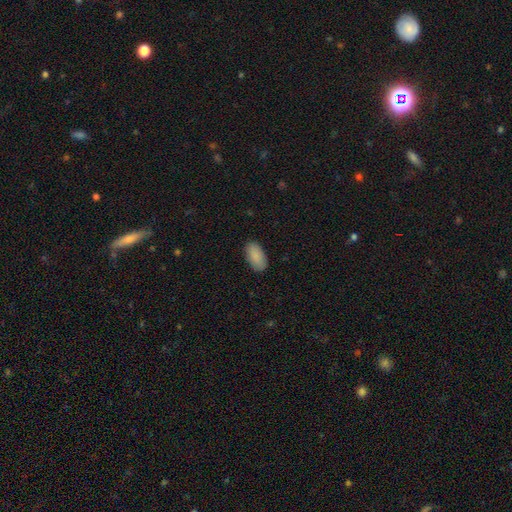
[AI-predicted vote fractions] A smooth galaxy with no disk features (89%) that is in between round and cigar-shaped (94%).

Vote fractions:
- Smooth or featured? smooth: 89% / star or artifact: 6% / featured or disk: 4%
- How rounded? in between: 94% / cigar-shaped: 3% / round: 3%
- Merging? none: 87% / minor disturbance: 10% / major disturbance: 2% / merger: 1%